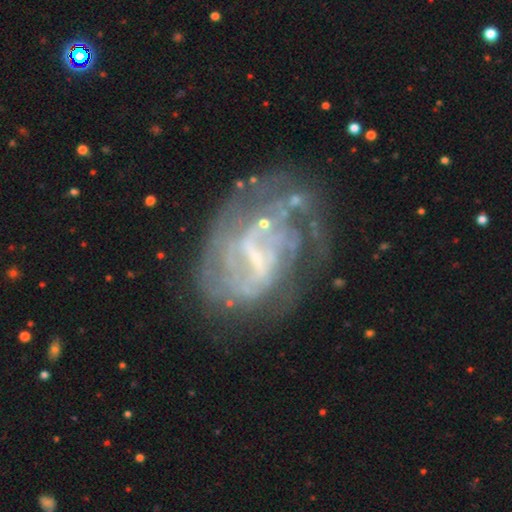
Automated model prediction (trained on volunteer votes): A featured or disk galaxy (80%) with a weak bar (47%), tight (39%) spiral arms (74%) and no central bulge (40%, tied with small).

Vote fractions:
- Smooth or featured? featured or disk: 80% / smooth: 10% / star or artifact: 9%
- Edge-on disk? no: 97% / yes: 3%
- Bar? weak: 47% / strong: 31% / no: 22%
- Spiral arms? yes: 74% / no: 26%
- Spiral winding? tight: 39% / medium: 37% / loose: 24%
- Spiral arm count? can't tell: 45% / 2: 25% / 3: 11% / 1: 10% / 4: 5% / more than 4: 4%
- Bulge size? none: 40% (tied) / small: 40% (tied) / moderate: 16% / large: 2% / dominant: 1%
- Merging? none: 45% / major disturbance: 28% / minor disturbance: 21% / merger: 5%